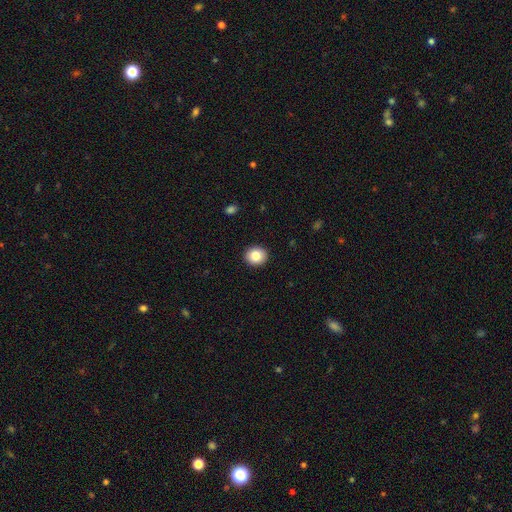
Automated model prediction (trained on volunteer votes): A smooth galaxy with no disk features (84%) that is round (77%). Merging: none (92%).